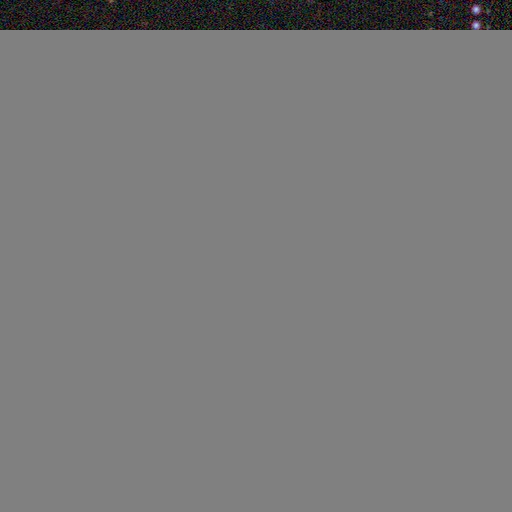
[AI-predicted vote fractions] Smooth or featured?
  - smooth: 84% *
  - star or artifact: 10%
  - featured or disk: 6%
How rounded?
  - in between: 61% *
  - round: 38%
  - cigar-shaped: 1%
Merging?
  - none: 83% *
  - minor disturbance: 13%
  - major disturbance: 2%
  - merger: 1%